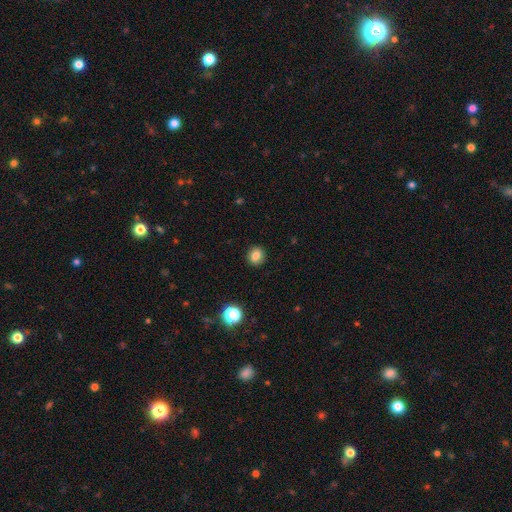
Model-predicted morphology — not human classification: A smooth galaxy with no disk features (83%) that is round (78%). Merging: none (90%).